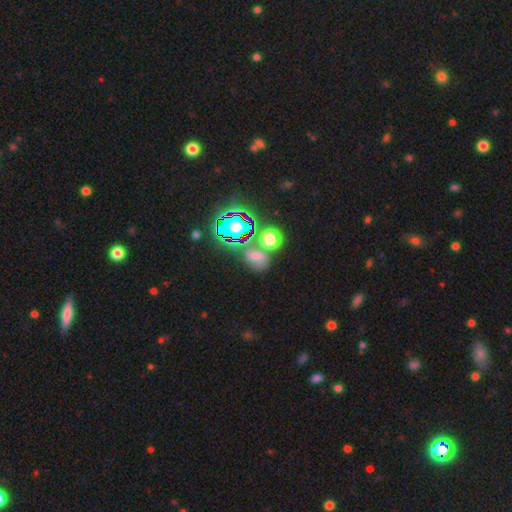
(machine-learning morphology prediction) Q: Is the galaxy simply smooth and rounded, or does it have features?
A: star or artifact — 43%.